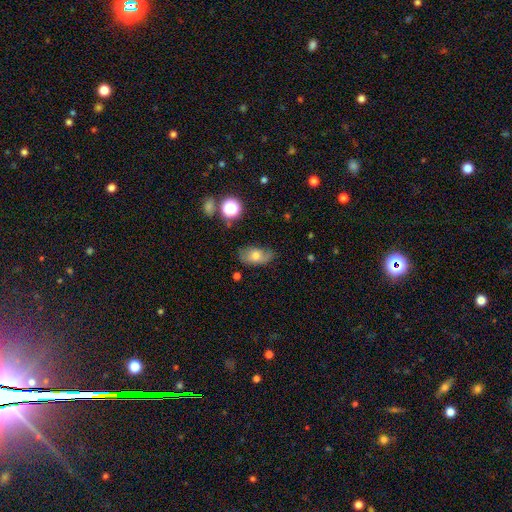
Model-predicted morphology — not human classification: This appears to be a smooth galaxy with no disk features (62%) that is in between round and cigar-shaped (86%). Merging: none (63%).